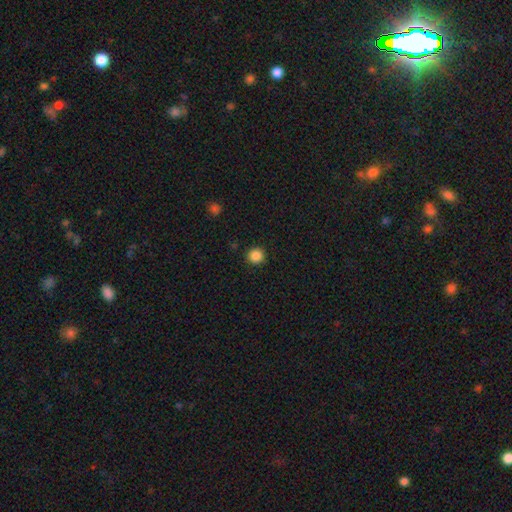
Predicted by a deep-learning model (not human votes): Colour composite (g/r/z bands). It shows a smooth galaxy with no disk features (87%) that is round (94%). Merging: none (91%).